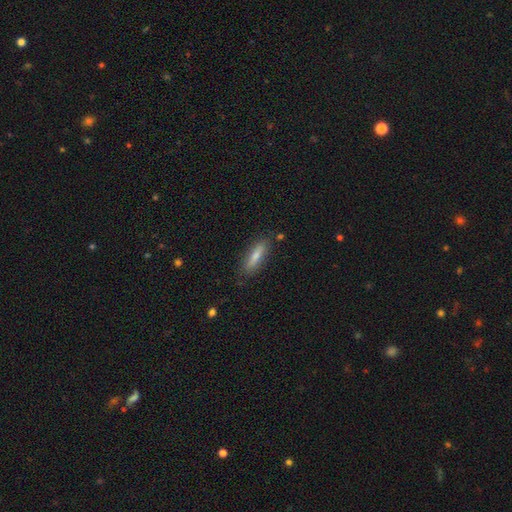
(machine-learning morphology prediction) This is likely a smooth galaxy (64%). How rounded: likely cigar-shaped (73%). Merging: clearly none (84%).